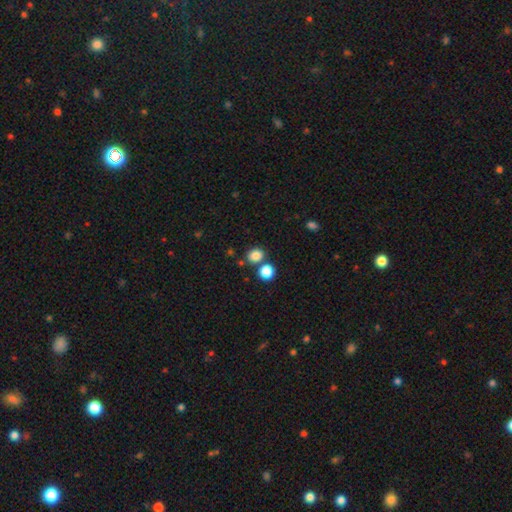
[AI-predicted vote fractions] smooth 83%, star or artifact 13%, featured or disk 5%. Down the decision tree: how rounded — round (69%); merging — none (69%).